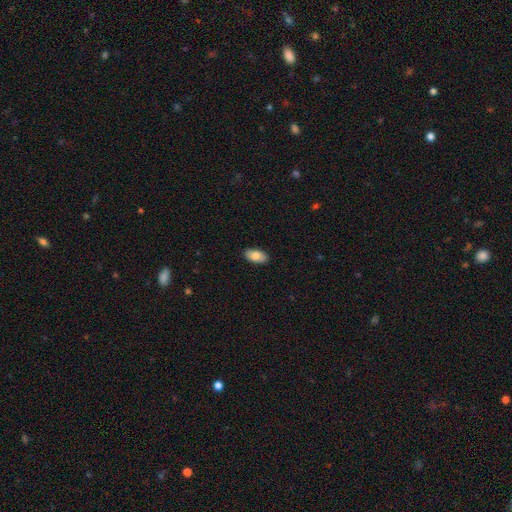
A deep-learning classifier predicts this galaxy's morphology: This appears to be a smooth galaxy with no disk features (84%) that is in between round and cigar-shaped (94%). Merging: none (89%).